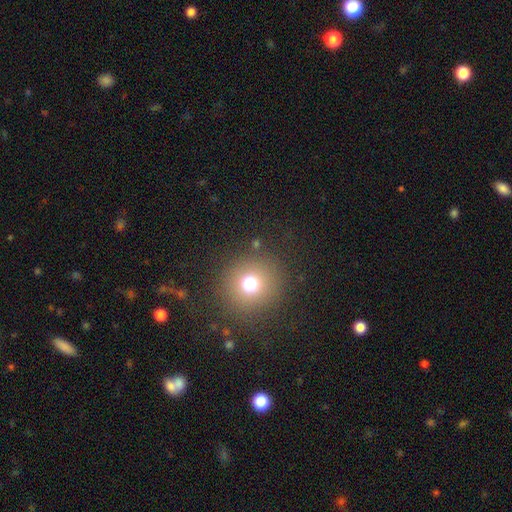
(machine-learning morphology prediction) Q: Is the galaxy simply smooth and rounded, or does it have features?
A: smooth — 67%.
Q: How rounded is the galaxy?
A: round — 93%.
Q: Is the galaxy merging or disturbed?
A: none — 89%.